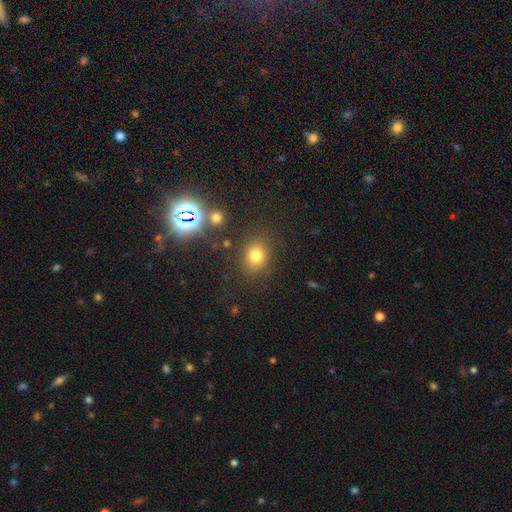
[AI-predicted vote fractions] Smooth or featured? smooth (74%)
How rounded? round (65%)
Merging? none (82%)